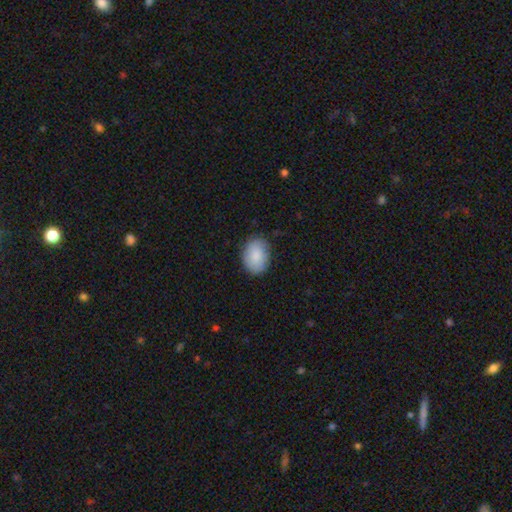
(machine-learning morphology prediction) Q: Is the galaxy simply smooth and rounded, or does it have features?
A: smooth — 87%.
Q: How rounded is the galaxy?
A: in between — 73%.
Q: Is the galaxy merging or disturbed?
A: none — 81%.